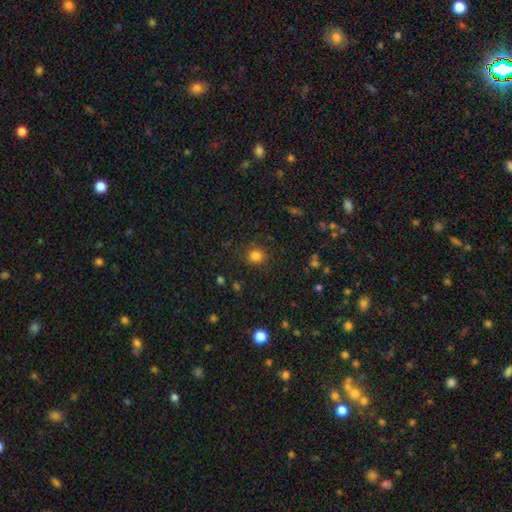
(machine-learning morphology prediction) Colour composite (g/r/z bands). It shows a smooth galaxy with no disk features (81%) that is round (86%). Merging: none (85%).